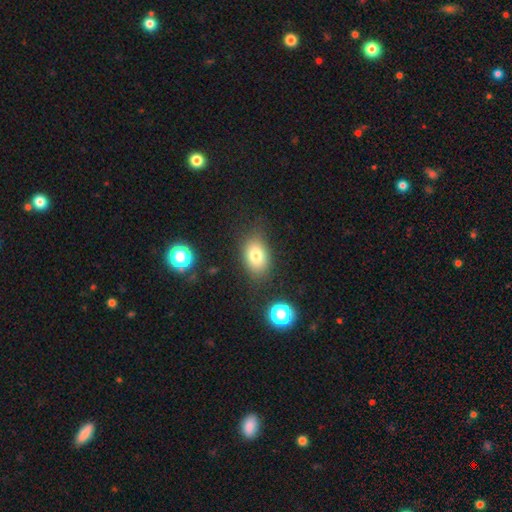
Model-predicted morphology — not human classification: A smooth galaxy with no disk features (77%) that is in between round and cigar-shaped (79%).

Vote fractions:
- Smooth or featured? smooth: 77% / featured or disk: 12% / star or artifact: 11%
- How rounded? in between: 79% / round: 20% / cigar-shaped: 1%
- Merging? none: 78% / minor disturbance: 14% / major disturbance: 5% / merger: 3%